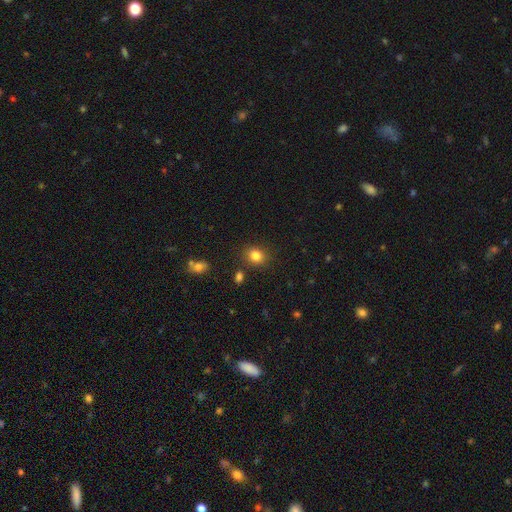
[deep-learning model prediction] smooth 83%, star or artifact 12%, featured or disk 6%. Down the decision tree: how rounded — round (67%); merging — none (84%).